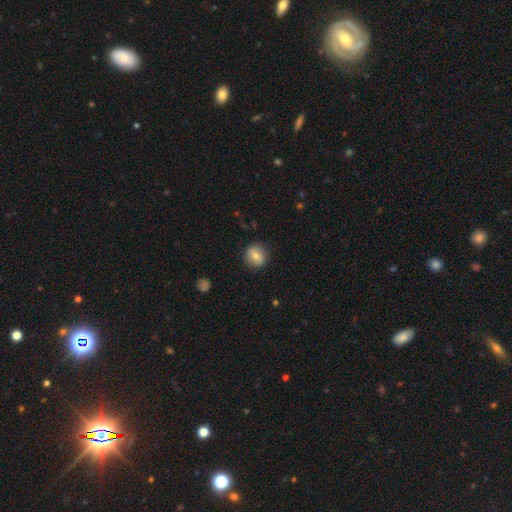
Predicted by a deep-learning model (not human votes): Q: Smooth or featured?
A: smooth (72%); runner-up: featured or disk (20%)
Q: How rounded?
A: round (87%); runner-up: in between (12%)
Q: Merging?
A: none (85%); runner-up: minor disturbance (11%)